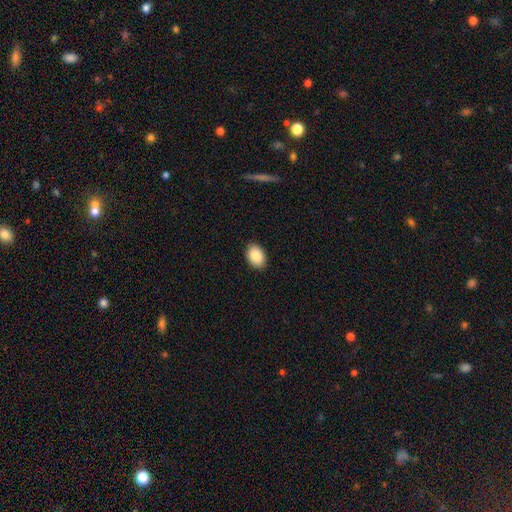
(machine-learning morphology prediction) smooth_or_featured: smooth (p=0.89) [alt: star or artifact p=0.07]
how_rounded: in between (p=0.84) [alt: round p=0.15]
merging: none (p=0.89) [alt: minor disturbance p=0.08]